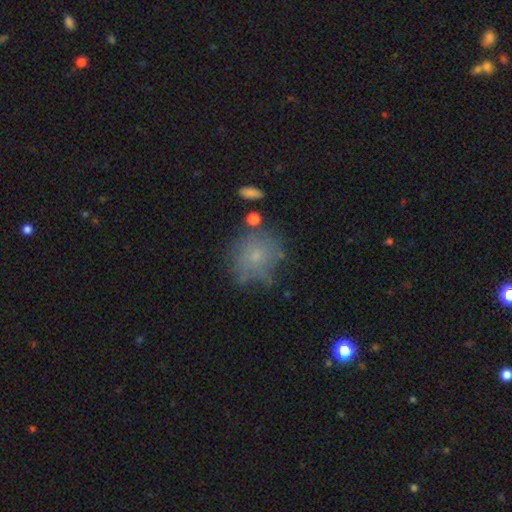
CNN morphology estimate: This appears to be a smooth galaxy with no disk features (64%) that is round (83%). Merging: none (62%).